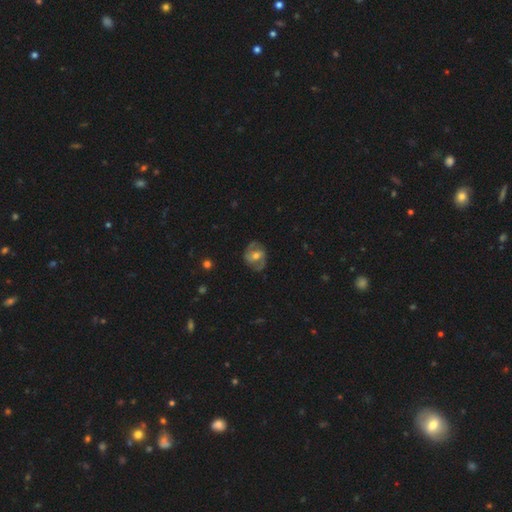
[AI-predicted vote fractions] This appears to be a featured or disk galaxy (68%) with a weak bar (45%), 2 (82%) medium (49%) spiral arms (83%) and a moderate central bulge (63%). Merging: none (75%).